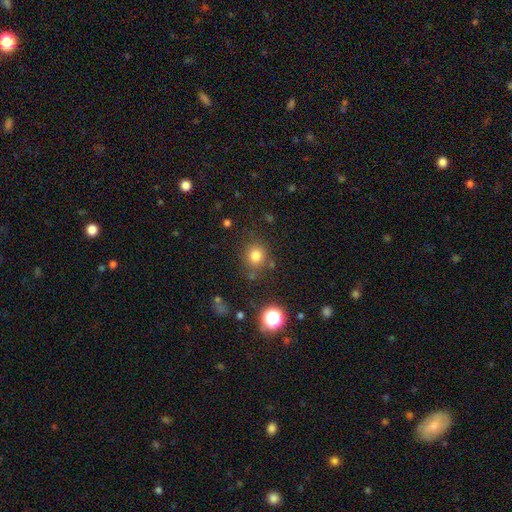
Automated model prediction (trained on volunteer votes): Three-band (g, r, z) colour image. It shows a smooth galaxy with no disk features (79%) that is round (86%). Merging: none (80%).